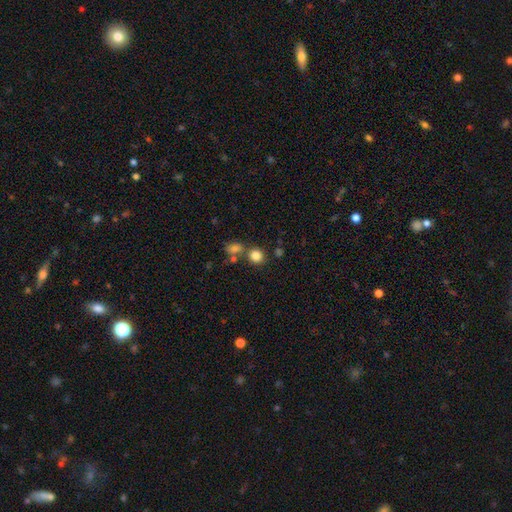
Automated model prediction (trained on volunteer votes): The model was most divided on "merging": none: 66%, merger: 21%, minor disturbance: 9%, major disturbance: 4%. More confident: how rounded — round (82%); smooth or featured — smooth (82%).